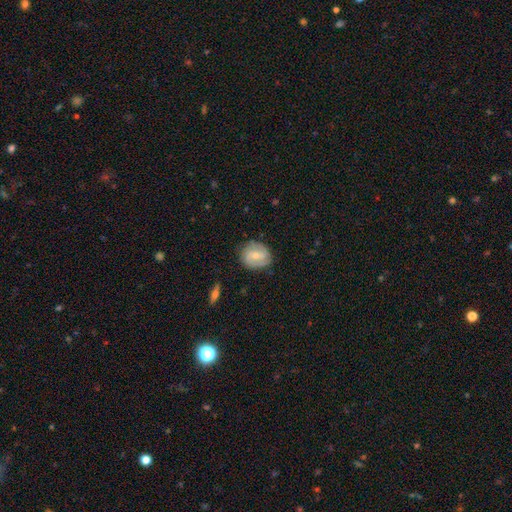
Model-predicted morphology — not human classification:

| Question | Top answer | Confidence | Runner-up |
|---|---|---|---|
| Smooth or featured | featured or disk | 61% | smooth (32%) |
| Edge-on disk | no | 97% | yes (3%) |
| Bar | weak | 46% | no (38%) |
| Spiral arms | yes | 85% | no (15%) |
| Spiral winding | tight | 43% | medium (40%) |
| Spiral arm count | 2 | 73% | can't tell (15%) |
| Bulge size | small | 51% | moderate (44%) |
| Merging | none | 79% | minor disturbance (16%) |